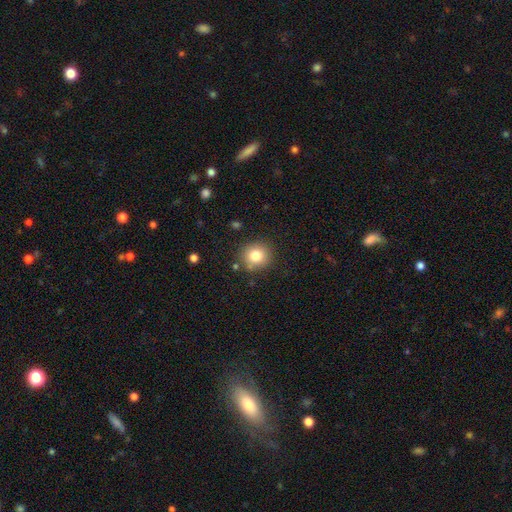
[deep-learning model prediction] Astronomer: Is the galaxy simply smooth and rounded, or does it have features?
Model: smooth — 80%.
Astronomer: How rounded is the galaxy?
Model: round — 86%.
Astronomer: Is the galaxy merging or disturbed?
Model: none — 85%.